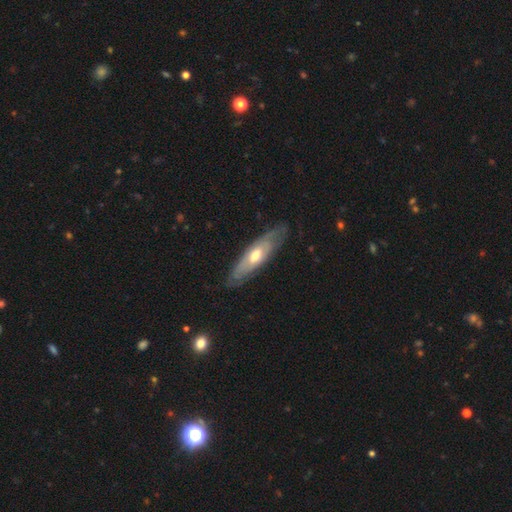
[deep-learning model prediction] The model was most divided on "edge-on disk": no: 57%, yes: 43%. More confident: merging — none (77%); smooth or featured — featured or disk (61%).